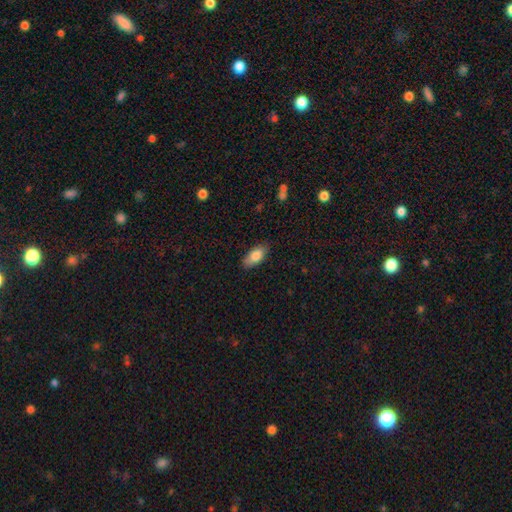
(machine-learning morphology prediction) This is clearly a smooth galaxy (83%). How rounded: clearly in between (87%). Merging: clearly none (84%).